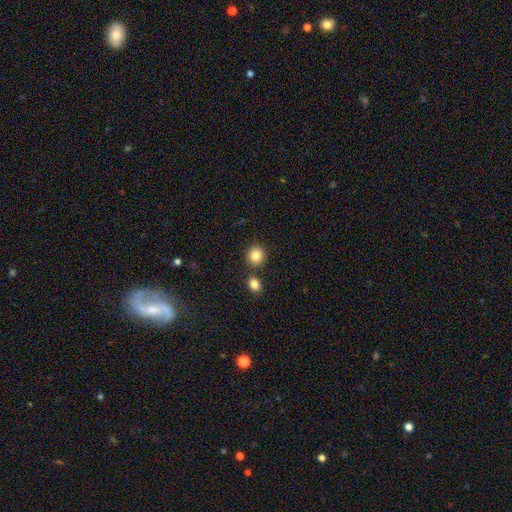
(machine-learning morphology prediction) Overall: smooth (84%). How rounded: round (87%). Merging: none (82%).